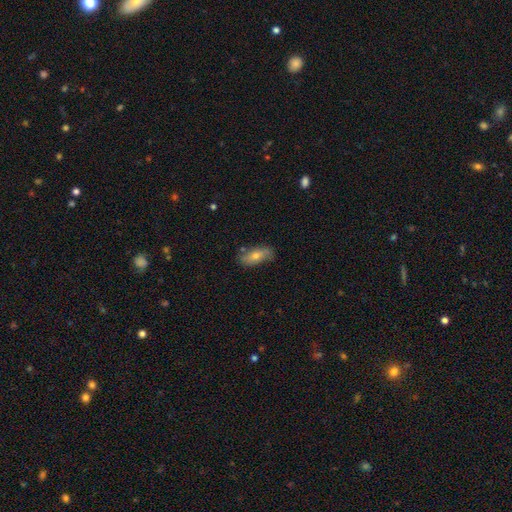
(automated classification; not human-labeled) This is likely a smooth galaxy (60%). How rounded: likely in between (72%). Merging: likely none (77%).